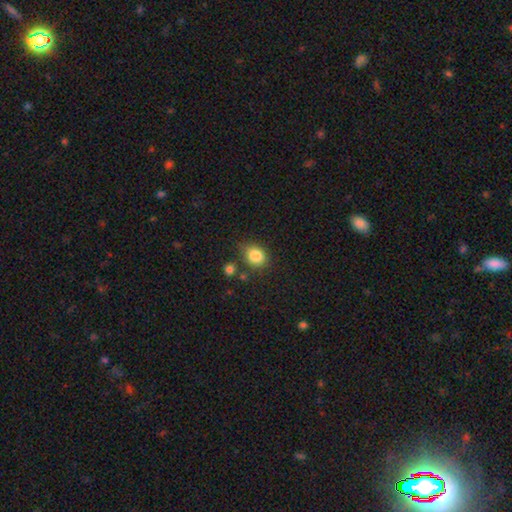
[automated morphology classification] smooth 84%, star or artifact 10%, featured or disk 6%. Down the decision tree: how rounded — in between (50%); merging — none (64%).